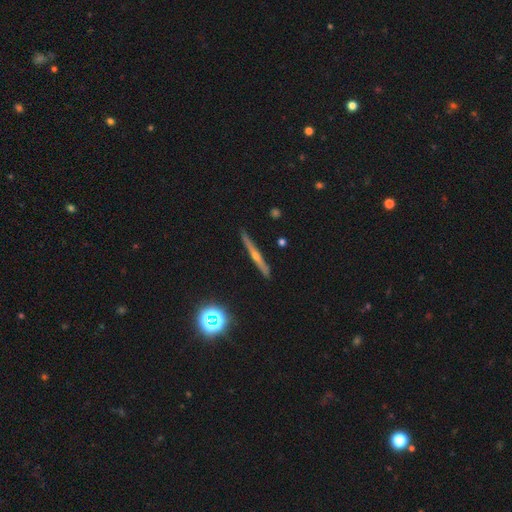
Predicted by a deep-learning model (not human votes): Smooth or featured? Predicted: featured or disk (p=0.68). Edge-on disk? Predicted: yes (p=0.97). Edge-on bulge? Predicted: rounded (p=0.77). Merging? Predicted: none (p=0.90).